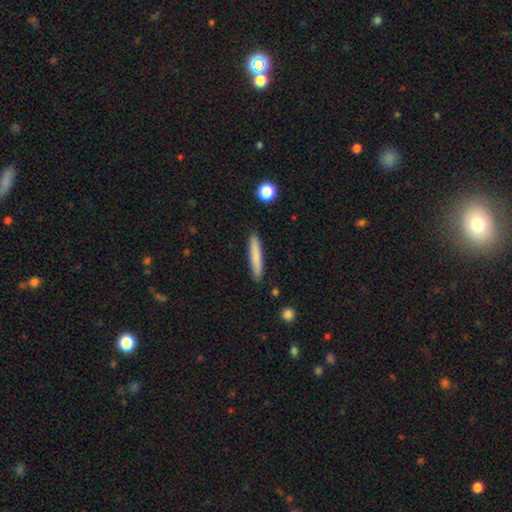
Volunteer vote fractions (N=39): smooth 79%, featured or disk 18%, star or artifact 3%. Down the decision tree: how rounded — cigar-shaped (87%); merging — none (84%).